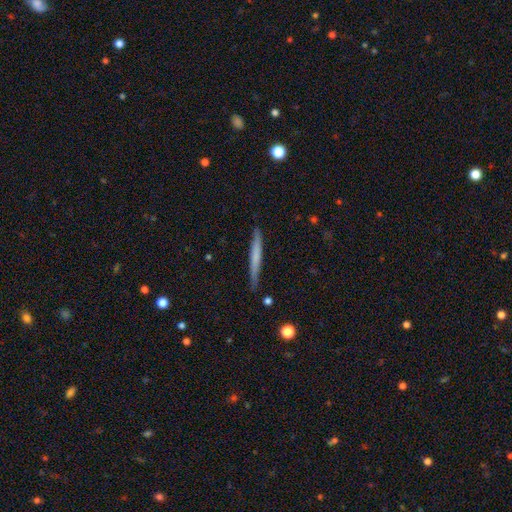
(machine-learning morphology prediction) Q: Smooth or featured?
A: smooth (57%); runner-up: featured or disk (37%)
Q: How rounded?
A: cigar-shaped (97%); runner-up: in between (2%)
Q: Merging?
A: none (86%); runner-up: minor disturbance (11%)